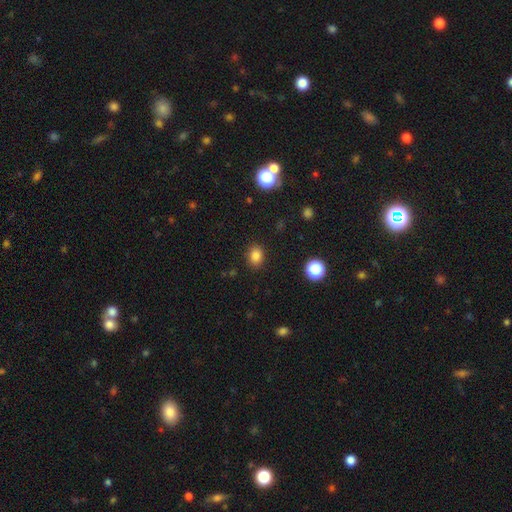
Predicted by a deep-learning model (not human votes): A smooth galaxy with no disk features (83%) that is in between round and cigar-shaped (53%). Merging: none (87%).